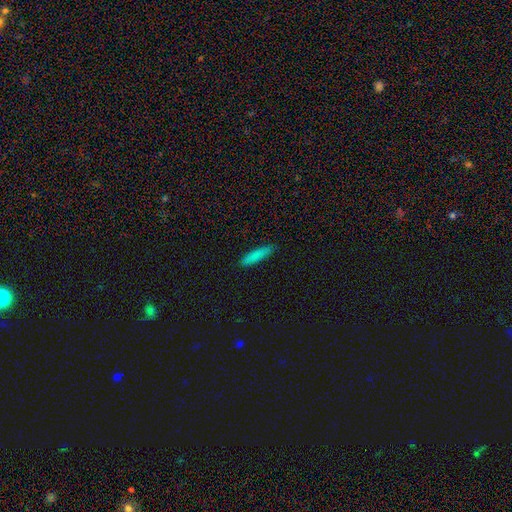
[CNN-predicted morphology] Smooth or featured?
  - smooth: 84% *
  - featured or disk: 8%
  - star or artifact: 7%
How rounded?
  - cigar-shaped: 80% *
  - in between: 19%
  - round: 1%
Merging?
  - none: 87% *
  - minor disturbance: 10%
  - major disturbance: 2%
  - merger: 1%